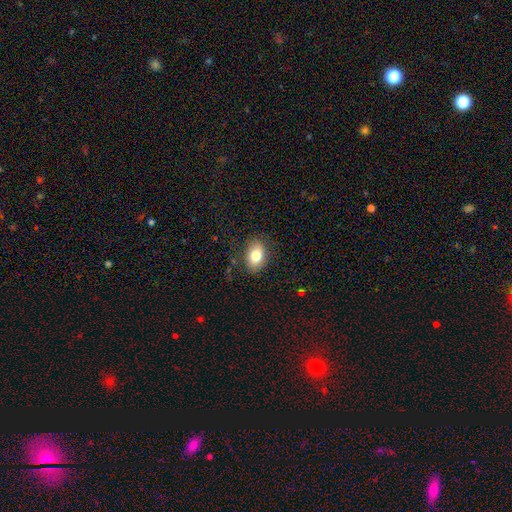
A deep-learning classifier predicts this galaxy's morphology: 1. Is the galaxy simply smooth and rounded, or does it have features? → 80% smooth, 12% featured or disk, 8% star or artifact.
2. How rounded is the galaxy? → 85% in between, 14% round, 1% cigar-shaped.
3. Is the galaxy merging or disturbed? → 83% none, 12% minor disturbance, 3% major disturbance, 1% merger.